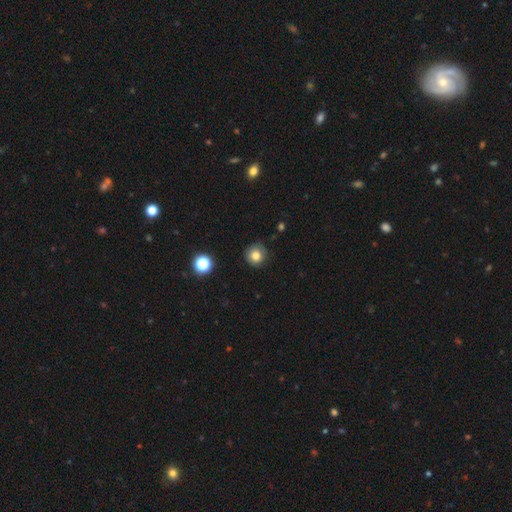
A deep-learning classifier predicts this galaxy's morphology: smooth 79%, star or artifact 12%, featured or disk 9%. Down the decision tree: how rounded — round (92%); merging — none (83%).